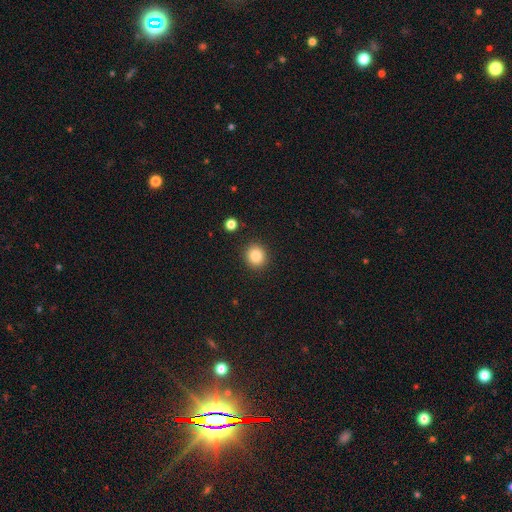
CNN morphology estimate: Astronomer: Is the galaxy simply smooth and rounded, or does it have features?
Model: smooth — 85%.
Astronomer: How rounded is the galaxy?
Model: round — 88%.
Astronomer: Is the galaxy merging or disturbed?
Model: none — 90%.